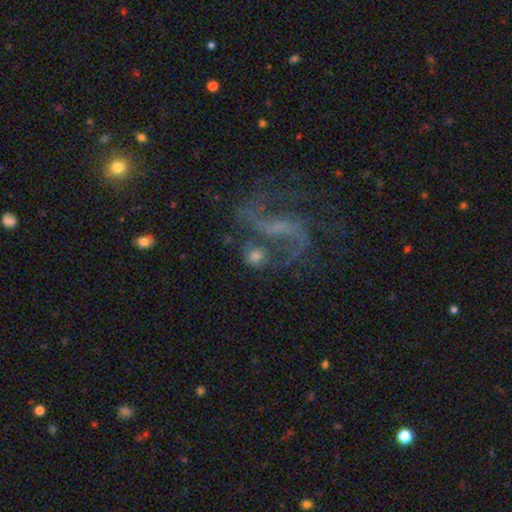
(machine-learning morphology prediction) A featured or disk galaxy (65%) with a weak bar (42%), 2 (80%) loose (54%) spiral arms (86%) and a small central bulge (39%).

Vote fractions:
- Smooth or featured? featured or disk: 65% / smooth: 22% / star or artifact: 13%
- Edge-on disk? no: 96% / yes: 4%
- Bar? weak: 42% / no: 39% / strong: 19%
- Spiral arms? yes: 86% / no: 14%
- Spiral winding? loose: 54% / medium: 36% / tight: 10%
- Spiral arm count? 2: 80% / 1: 7% / can't tell: 6% / 3: 3% / 4: 2% / more than 4: 2%
- Bulge size? small: 39% / moderate: 27% / none: 25% / large: 7% / dominant: 2%
- Merging? none: 49% / major disturbance: 18% / merger: 18% / minor disturbance: 16%